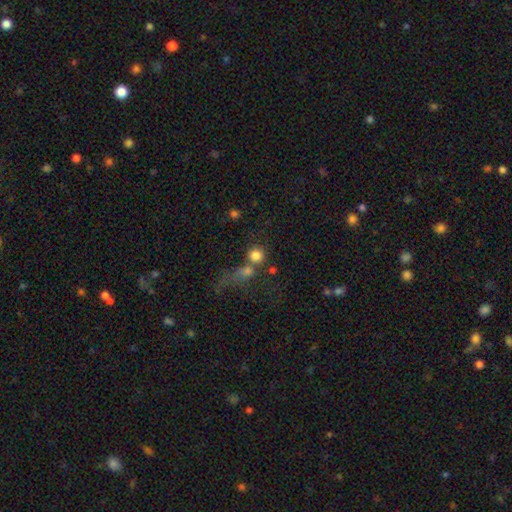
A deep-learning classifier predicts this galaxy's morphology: Smooth or featured: smooth — 79% (star or artifact — 12%)
How rounded: round — 89% (in between — 10%)
Merging: none — 47% (merger — 37%)